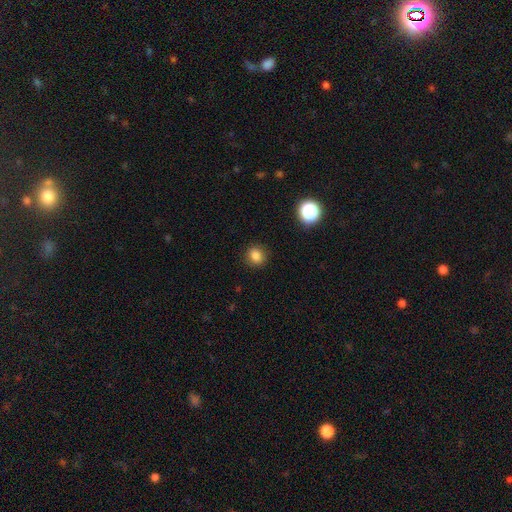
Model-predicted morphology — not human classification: This is clearly a smooth galaxy (83%). How rounded: likely round (72%). Merging: clearly none (90%).